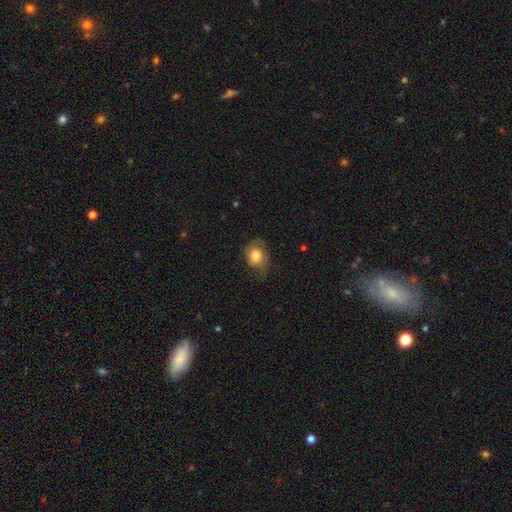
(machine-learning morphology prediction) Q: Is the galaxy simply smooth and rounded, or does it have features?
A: smooth — 65%.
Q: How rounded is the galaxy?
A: round — 50%.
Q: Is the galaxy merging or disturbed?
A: none — 54%.